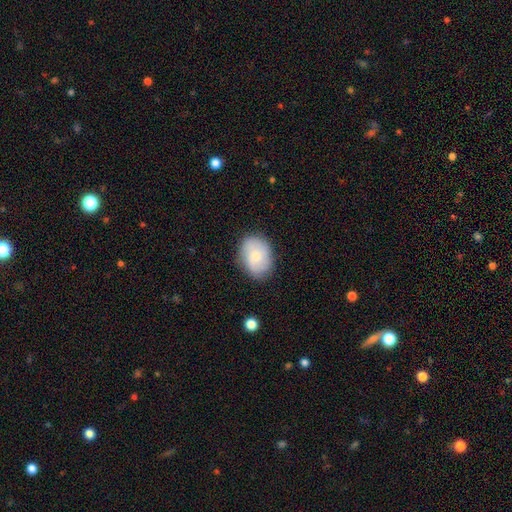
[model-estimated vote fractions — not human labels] Smooth or featured? smooth (61%)
How rounded? in between (67%)
Merging? none (79%)